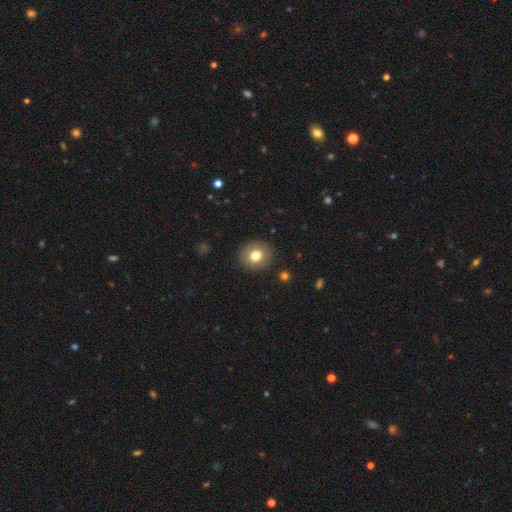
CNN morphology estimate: Overall: smooth (77%). How rounded: round (85%). Merging: none (90%).